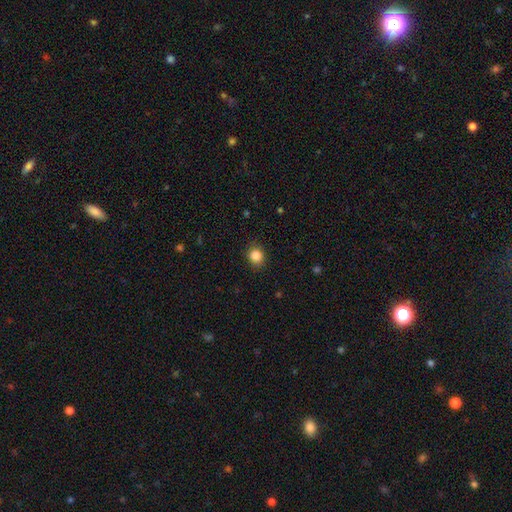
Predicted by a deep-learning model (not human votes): smooth_or_featured: smooth (p=0.85) [alt: star or artifact p=0.10]
how_rounded: round (p=0.74) [alt: in between p=0.25]
merging: none (p=0.87) [alt: minor disturbance p=0.09]